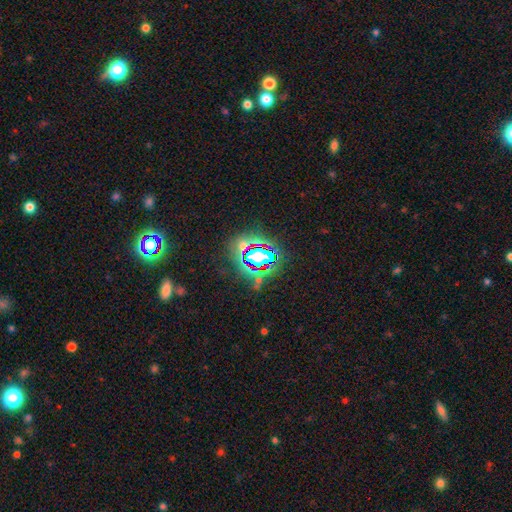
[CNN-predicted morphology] The model was most divided on "smooth or featured": star or artifact: 66%, smooth: 22%, featured or disk: 12%.